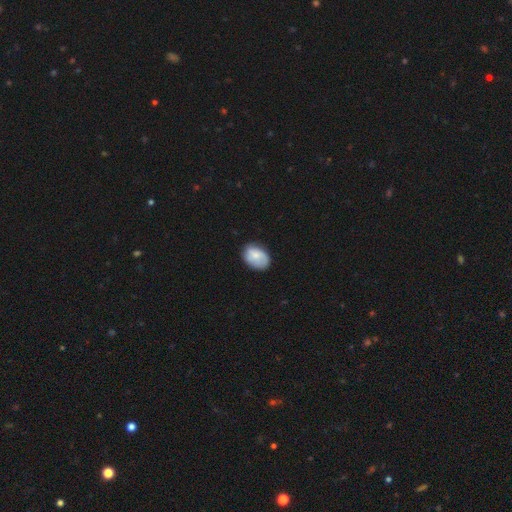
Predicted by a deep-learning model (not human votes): smooth 74%, featured or disk 20%, star or artifact 7%. Down the decision tree: how rounded — in between (77%); merging — none (70%).